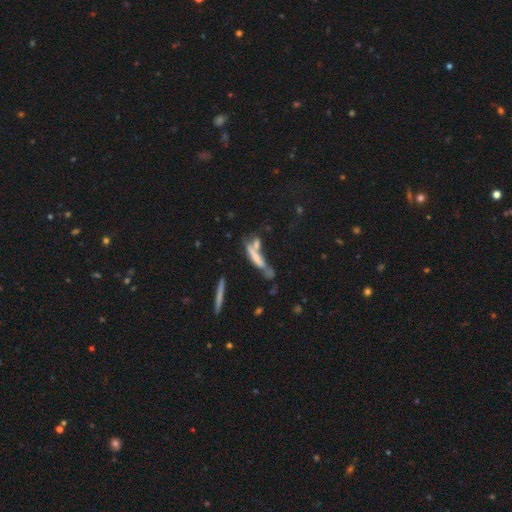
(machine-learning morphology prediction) smooth-or-featured: smooth: 45% | featured or disk: 44% | star or artifact: 11%
  merging: merger: 37% | none: 35% | minor disturbance: 16% | major disturbance: 12%